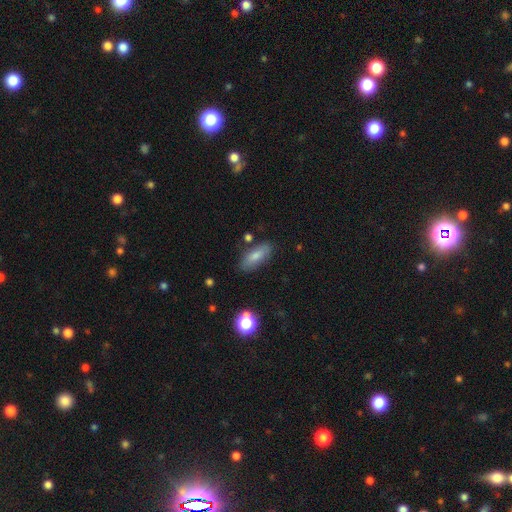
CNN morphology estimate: A smooth galaxy with no disk features (77%) that is in between round and cigar-shaped (74%). Merging: none (80%).